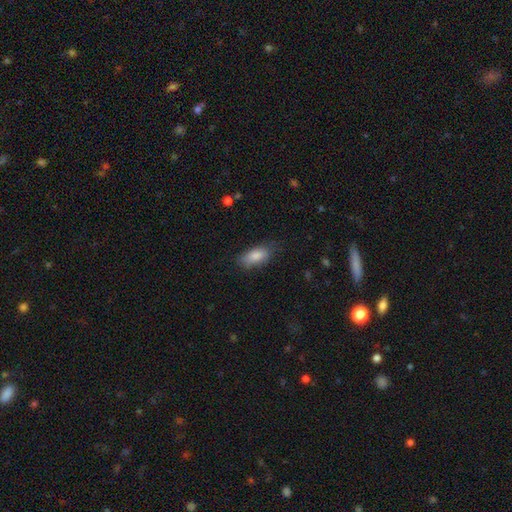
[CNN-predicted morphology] type=smooth (82%); roundness=in between (85%); merging=none (73%).